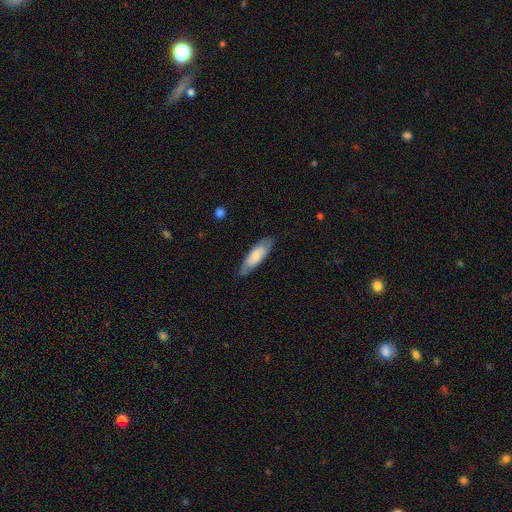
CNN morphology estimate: type=smooth (69%); roundness=in between (54%); merging=none (77%).